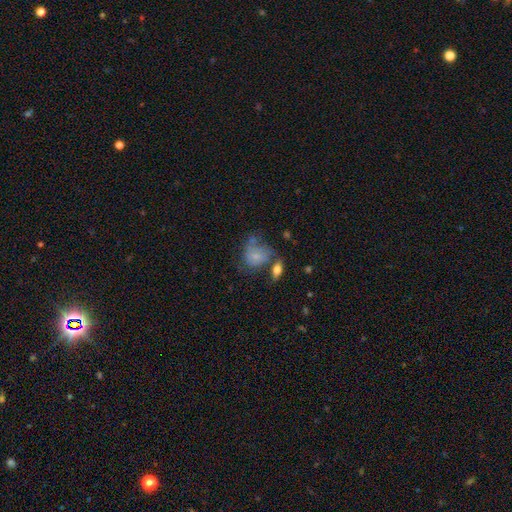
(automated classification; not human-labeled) A smooth galaxy with no disk features (63%) that is in between round and cigar-shaped (56%). Merging: none (31%).